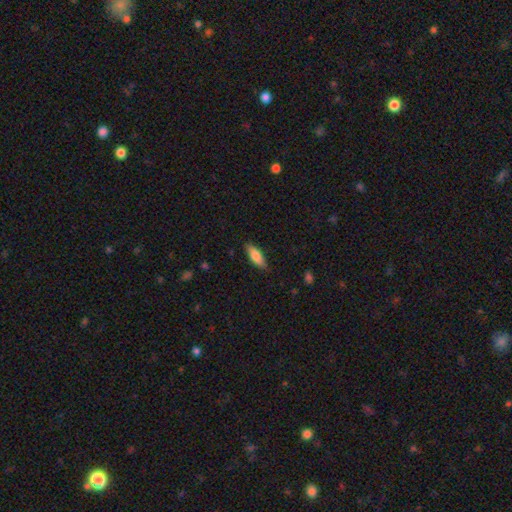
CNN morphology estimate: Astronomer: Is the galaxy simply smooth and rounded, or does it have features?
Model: smooth — 81%.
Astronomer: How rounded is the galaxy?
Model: in between — 63%.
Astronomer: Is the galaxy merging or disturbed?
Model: none — 85%.